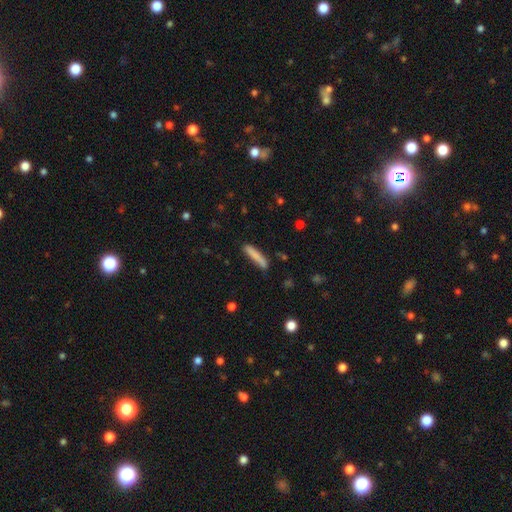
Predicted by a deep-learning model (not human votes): smooth 82%, featured or disk 11%, star or artifact 6%. Down the decision tree: how rounded — cigar-shaped (91%); merging — none (81%).